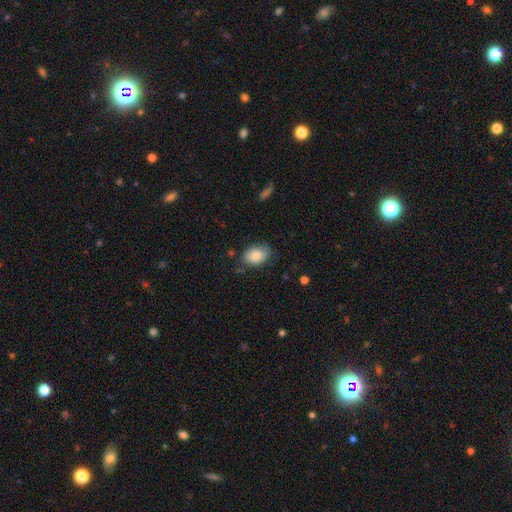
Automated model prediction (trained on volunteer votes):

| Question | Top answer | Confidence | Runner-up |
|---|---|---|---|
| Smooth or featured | smooth | 84% | featured or disk (9%) |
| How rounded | in between | 81% | round (17%) |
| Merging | none | 69% | minor disturbance (23%) |